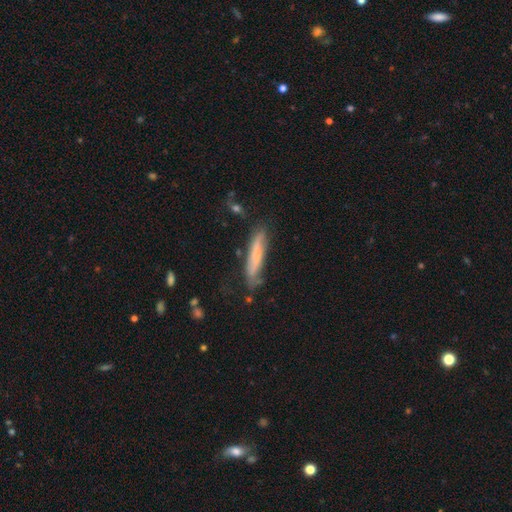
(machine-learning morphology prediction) This appears to be a smooth galaxy with no disk features (60%) that is cigar-shaped (89%). Merging: none (69%).